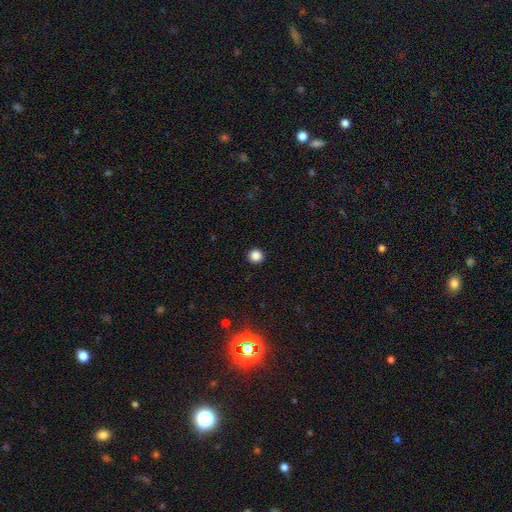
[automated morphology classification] Overall: smooth (86%). How rounded: round (95%). Merging: none (93%).